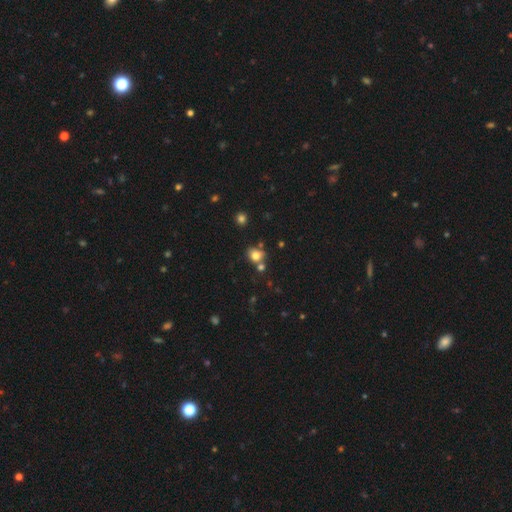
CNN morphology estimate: Overall: smooth (77%). How rounded: round (55%; in between 44%). Merging: none (56%; merger 24%).